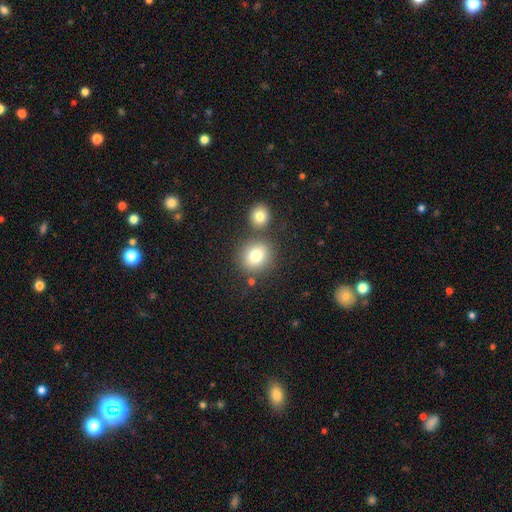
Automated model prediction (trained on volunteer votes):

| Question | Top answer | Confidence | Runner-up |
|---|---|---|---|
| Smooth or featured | smooth | 80% | star or artifact (11%) |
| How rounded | round | 80% | in between (19%) |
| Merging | none | 69% | merger (18%) |